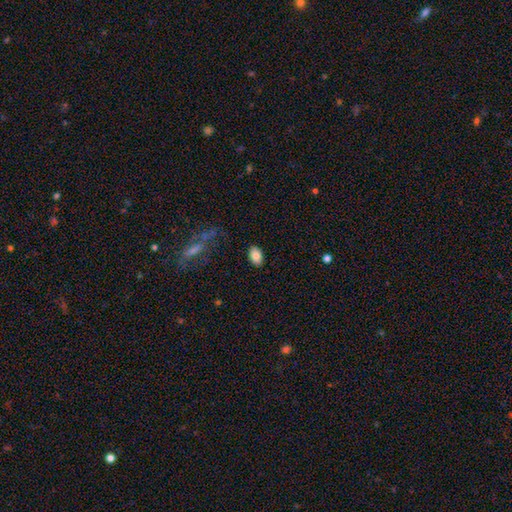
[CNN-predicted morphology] A smooth galaxy with no disk features (84%) that is in between round and cigar-shaped (91%). Merging: none (86%).